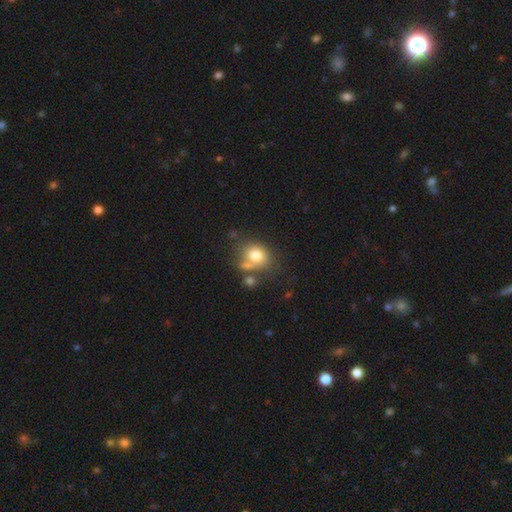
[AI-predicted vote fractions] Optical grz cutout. It shows a smooth galaxy with no disk features (77%) that is round (60%). Merging: none (51%).